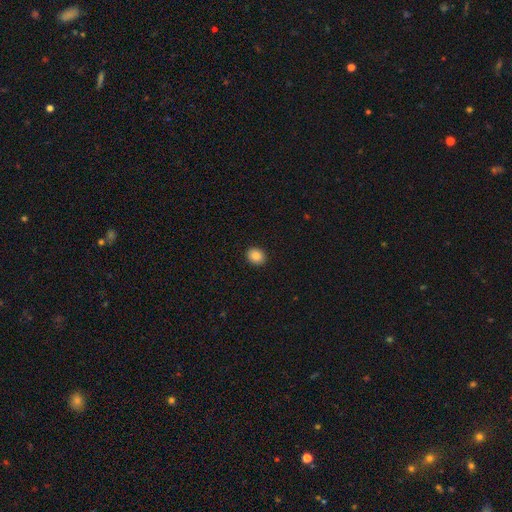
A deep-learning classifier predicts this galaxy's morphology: smooth 86%, star or artifact 9%, featured or disk 5%. Down the decision tree: how rounded — round (60%); merging — none (92%).